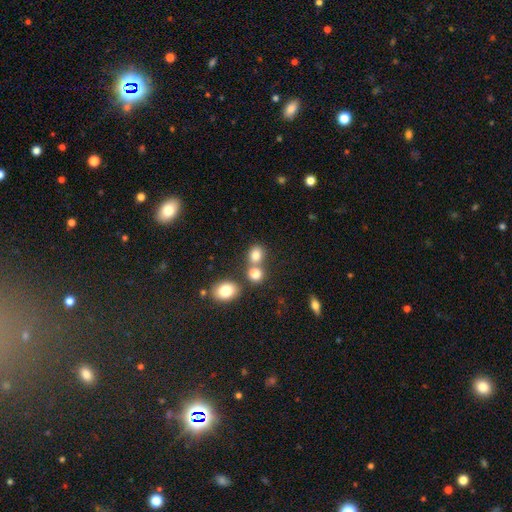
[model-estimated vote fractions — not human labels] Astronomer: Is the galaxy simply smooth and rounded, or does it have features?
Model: smooth — 80%.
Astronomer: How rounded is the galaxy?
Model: round — 60% (runner-up: in between, 39%).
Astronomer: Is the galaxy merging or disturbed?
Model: none — 49% (runner-up: merger, 38%).